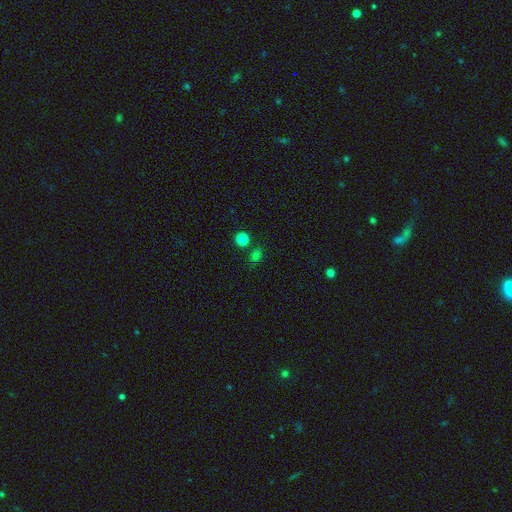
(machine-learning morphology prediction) smooth_or_featured: smooth (p=0.76) [alt: star or artifact p=0.20]
how_rounded: round (p=0.70) [alt: in between p=0.29]
merging: none (p=0.75) [alt: minor disturbance p=0.11]